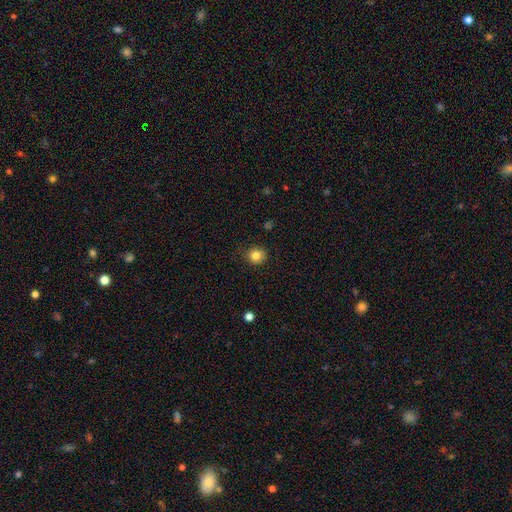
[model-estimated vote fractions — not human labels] This appears to be a smooth galaxy with no disk features (82%) that is round (87%). Merging: none (87%).